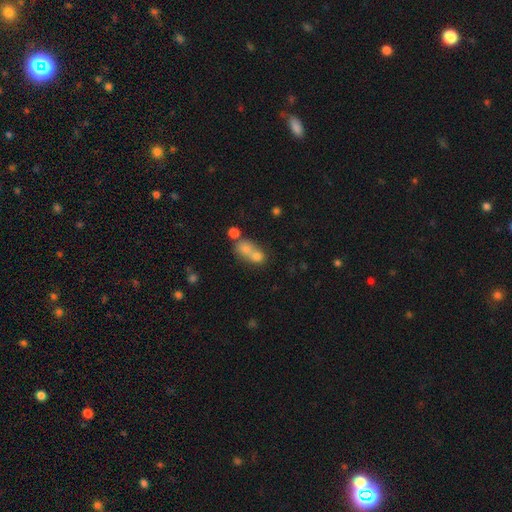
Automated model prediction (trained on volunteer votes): Smooth or featured? Predicted: smooth (p=0.71). How rounded? Predicted: round (p=0.52). Merging? Predicted: merger (p=0.68).